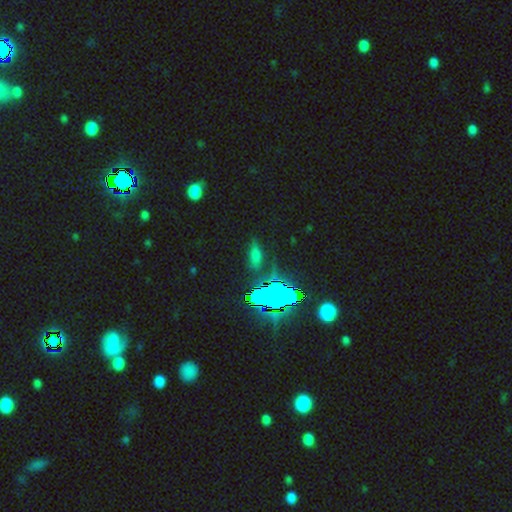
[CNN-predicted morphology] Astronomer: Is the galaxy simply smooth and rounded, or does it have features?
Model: smooth — 43% (runner-up: star or artifact, 39%).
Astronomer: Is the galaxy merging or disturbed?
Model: none — 77%.